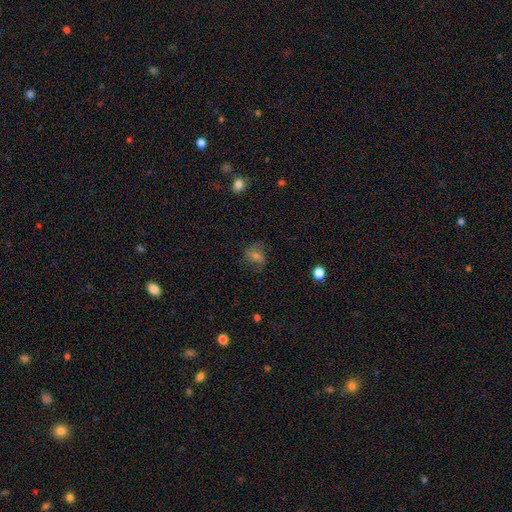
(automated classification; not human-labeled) Smooth or featured? Predicted: smooth (p=0.42). Merging? Predicted: none (p=0.71).